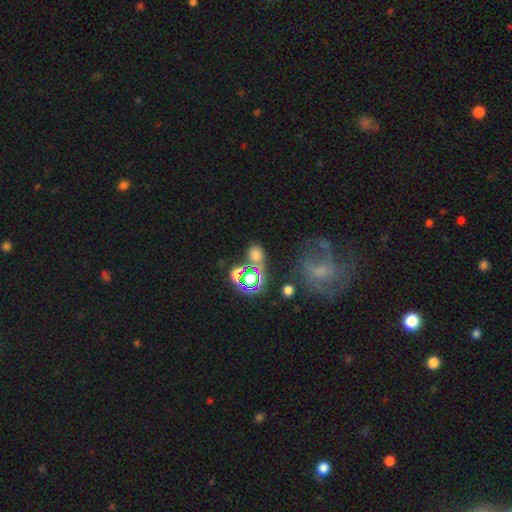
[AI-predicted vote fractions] Smooth or featured: smooth — 58% (star or artifact — 31%)
How rounded: round — 60% (in between — 38%)
Merging: none — 62% (merger — 16%)